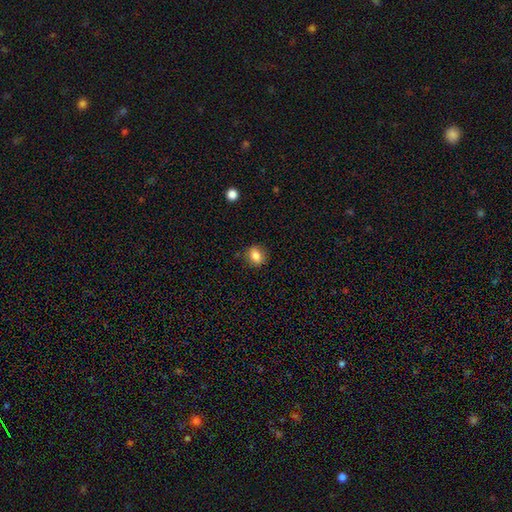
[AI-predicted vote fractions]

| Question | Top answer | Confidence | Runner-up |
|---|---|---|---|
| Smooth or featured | smooth | 83% | star or artifact (9%) |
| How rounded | in between | 50% | round (48%) |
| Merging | none | 83% | minor disturbance (13%) |